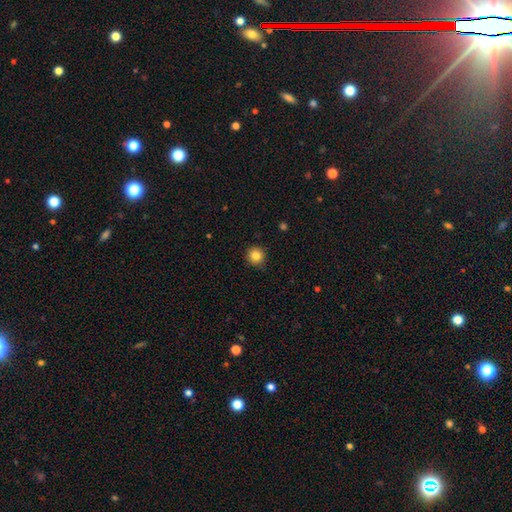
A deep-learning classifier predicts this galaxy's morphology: A smooth galaxy with no disk features (83%) that is round (94%). Merging: none (89%).